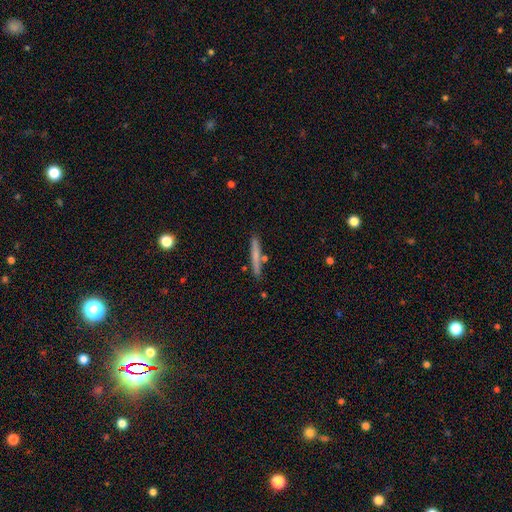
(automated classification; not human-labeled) Smooth or featured? Predicted: smooth (p=0.64). How rounded? Predicted: cigar-shaped (p=0.95). Merging? Predicted: none (p=0.83).